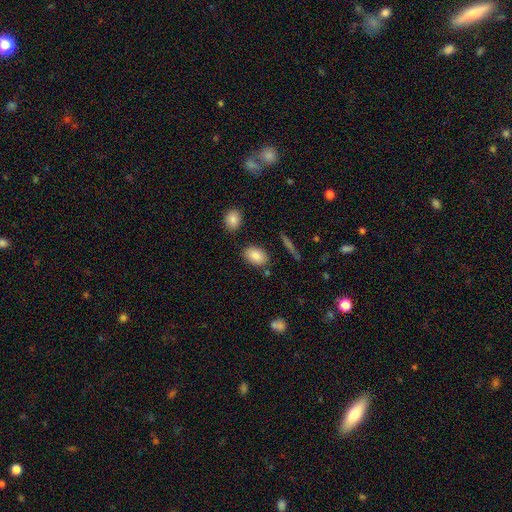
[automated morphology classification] This appears to be a smooth galaxy with no disk features (85%) that is in between round and cigar-shaped (86%). Merging: none (80%).